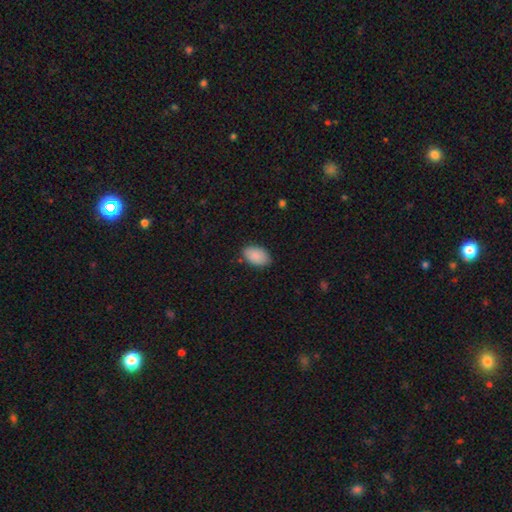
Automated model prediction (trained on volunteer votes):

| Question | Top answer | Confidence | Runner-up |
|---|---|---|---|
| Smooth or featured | smooth | 89% | star or artifact (7%) |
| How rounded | in between | 93% | round (6%) |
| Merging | none | 84% | minor disturbance (12%) |